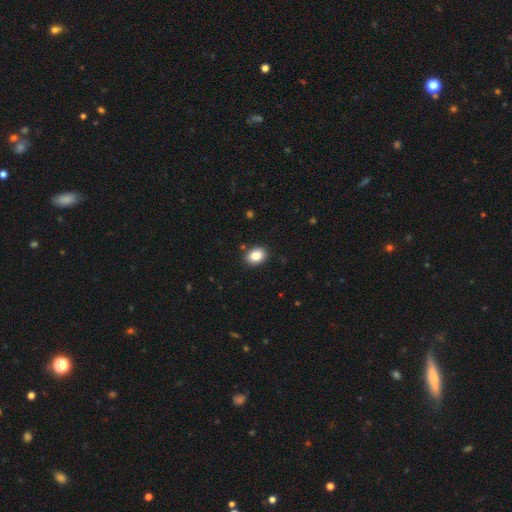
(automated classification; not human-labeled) This is clearly a smooth galaxy (85%). How rounded: likely in between (63%). Merging: clearly none (89%).